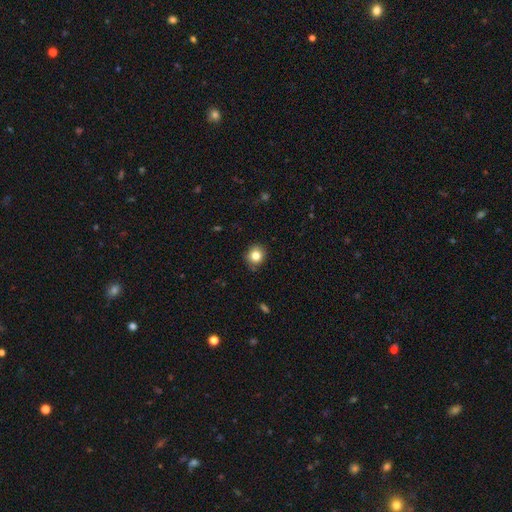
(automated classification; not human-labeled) This is clearly a smooth galaxy (82%). How rounded: clearly round (82%). Merging: clearly none (86%).